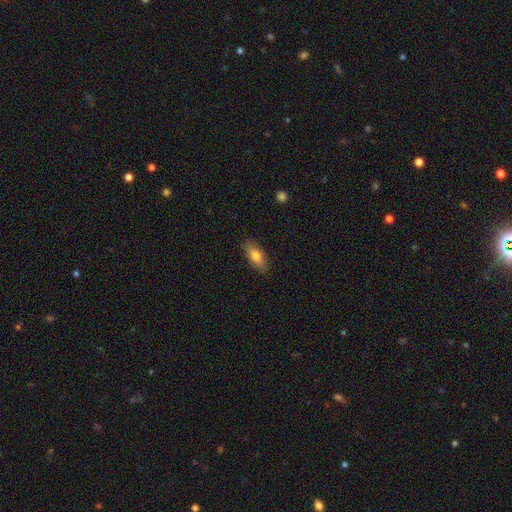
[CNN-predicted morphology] Smooth or featured: smooth — 77% (featured or disk — 16%)
How rounded: in between — 78% (cigar-shaped — 20%)
Merging: none — 86% (minor disturbance — 11%)